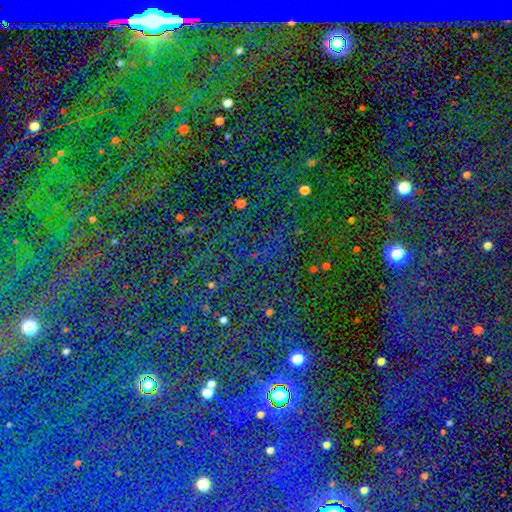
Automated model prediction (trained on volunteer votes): smooth-or-featured: star or artifact: 83% | smooth: 10% | featured or disk: 7%